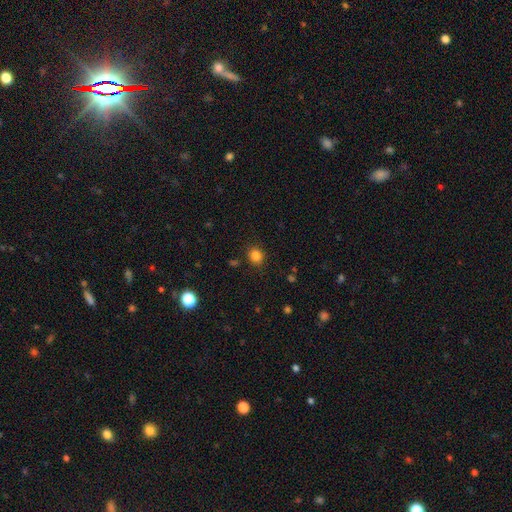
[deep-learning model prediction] smooth 84%, star or artifact 12%, featured or disk 4%. Down the decision tree: how rounded — round (72%); merging — none (88%).